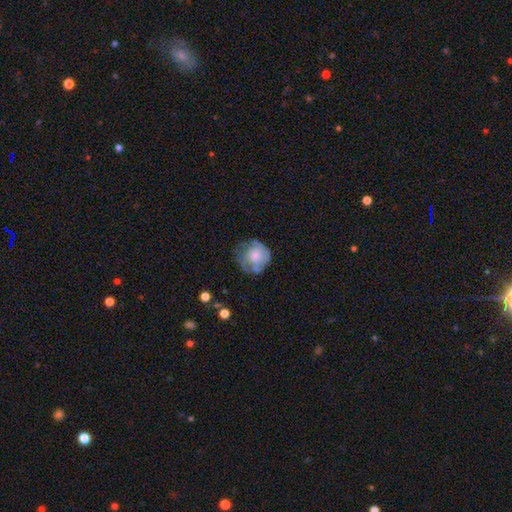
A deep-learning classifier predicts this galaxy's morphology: smooth-or-featured: smooth: 53% | featured or disk: 40% | star or artifact: 7%
  how-rounded: round: 83% | in between: 16% | cigar-shaped: 1%
  merging: none: 50% | minor disturbance: 29% | major disturbance: 18% | merger: 3%